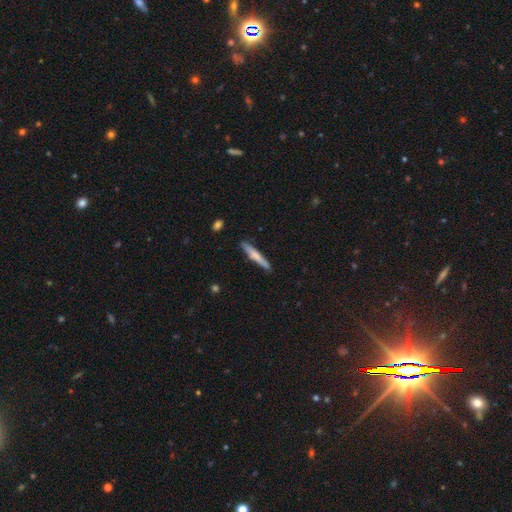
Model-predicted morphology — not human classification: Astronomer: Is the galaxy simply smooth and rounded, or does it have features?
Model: smooth — 63%.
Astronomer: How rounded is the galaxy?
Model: cigar-shaped — 94%.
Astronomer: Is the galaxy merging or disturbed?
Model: none — 85%.